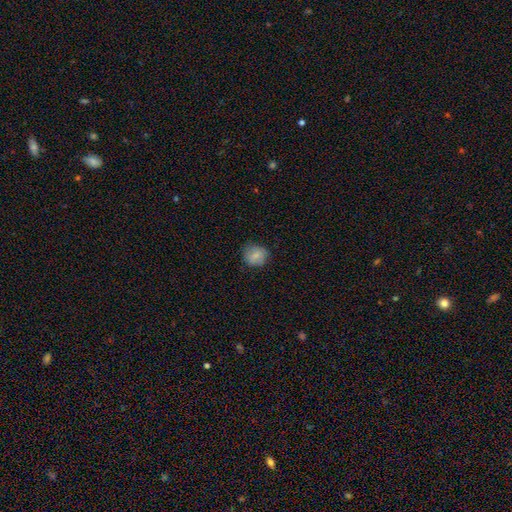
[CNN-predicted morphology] A smooth galaxy with no disk features (81%) that is round (81%).

Vote fractions:
- Smooth or featured? smooth: 81% / featured or disk: 11% / star or artifact: 9%
- How rounded? round: 81% / in between: 18% / cigar-shaped: 1%
- Merging? none: 77% / minor disturbance: 17% / major disturbance: 4% / merger: 1%